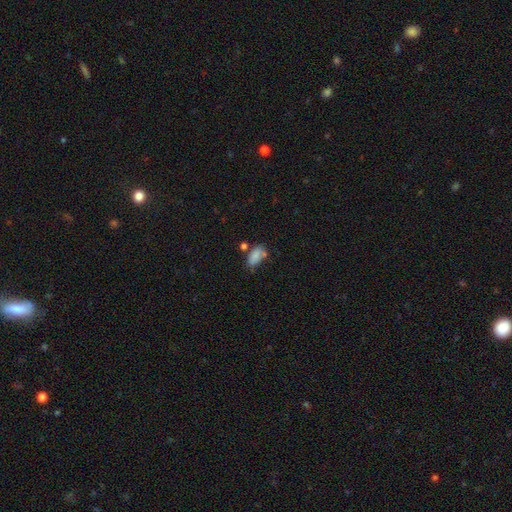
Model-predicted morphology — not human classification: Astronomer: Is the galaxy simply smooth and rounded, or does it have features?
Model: smooth — 81%.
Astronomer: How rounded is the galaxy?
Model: in between — 90%.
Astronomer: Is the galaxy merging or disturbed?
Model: none — 48% (runner-up: minor disturbance, 26%).